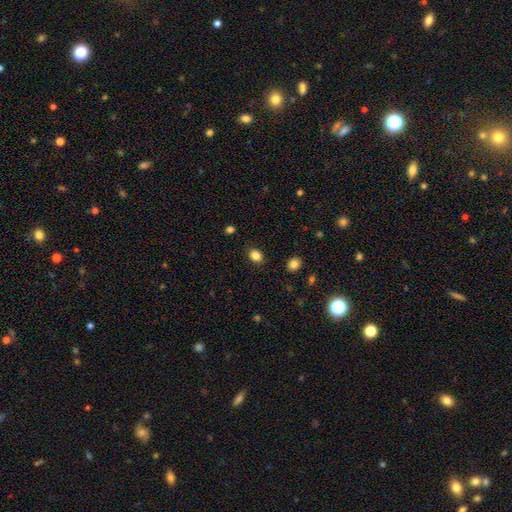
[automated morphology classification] This is clearly a smooth galaxy (85%). How rounded: possibly in between (53%). Merging: clearly none (87%).